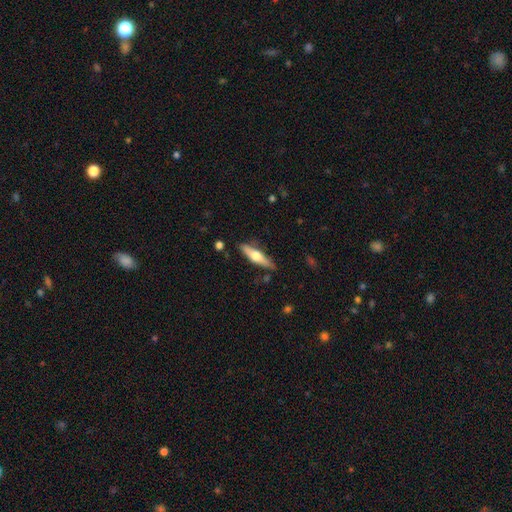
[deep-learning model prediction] Overall: featured or disk (56%; smooth 38%). Edge-on disk: yes (94%). Edge-on bulge: rounded (93%). Merging: none (83%).